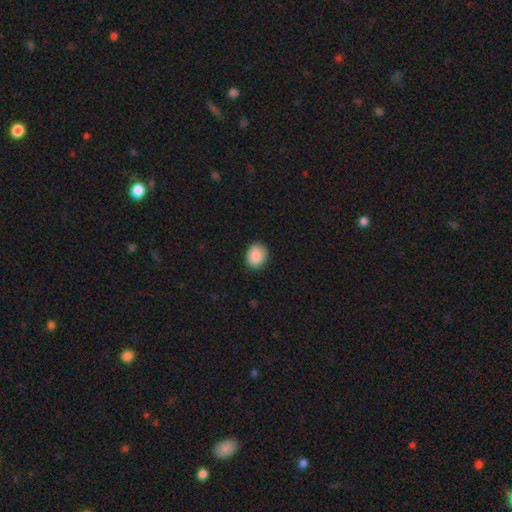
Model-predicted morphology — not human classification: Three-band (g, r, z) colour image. It shows a smooth galaxy with no disk features (90%) that is round (61%). Merging: none (87%).